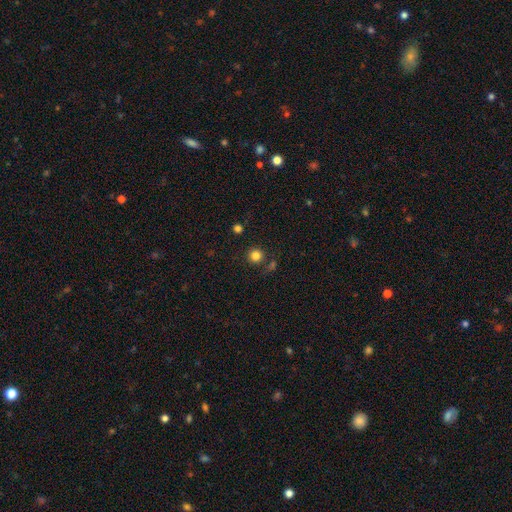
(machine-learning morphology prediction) Smooth or featured: smooth — 82% (star or artifact — 13%)
How rounded: round — 94% (in between — 5%)
Merging: none — 82% (minor disturbance — 8%)